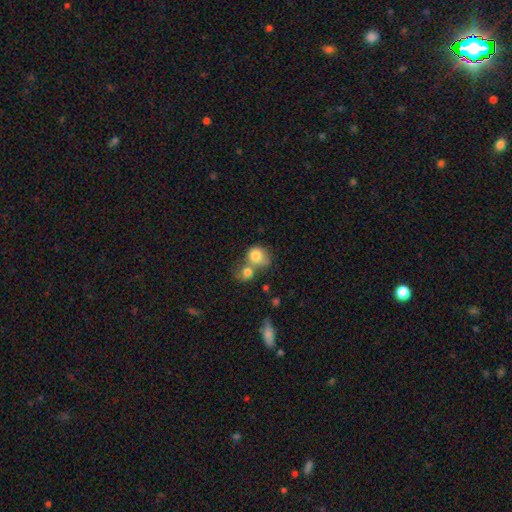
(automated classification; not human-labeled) Smooth or featured?
  - smooth: 80% *
  - featured or disk: 12%
  - star or artifact: 8%
How rounded?
  - round: 69% *
  - in between: 30%
  - cigar-shaped: 1%
Merging?
  - merger: 61% *
  - none: 23%
  - minor disturbance: 9%
  - major disturbance: 6%